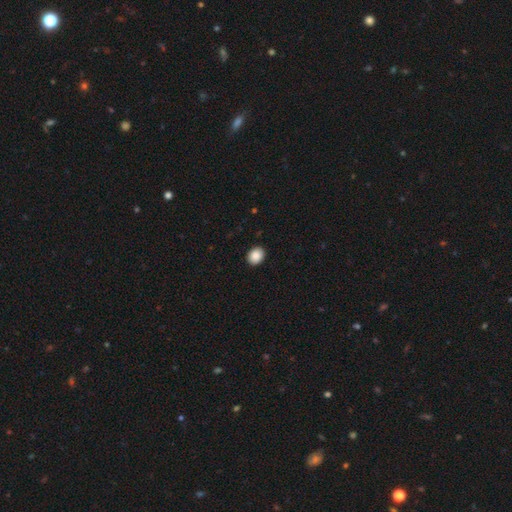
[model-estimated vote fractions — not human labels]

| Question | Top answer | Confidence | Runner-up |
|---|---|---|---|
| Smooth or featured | smooth | 89% | star or artifact (8%) |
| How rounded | round | 52% | in between (47%) |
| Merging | none | 91% | minor disturbance (6%) |